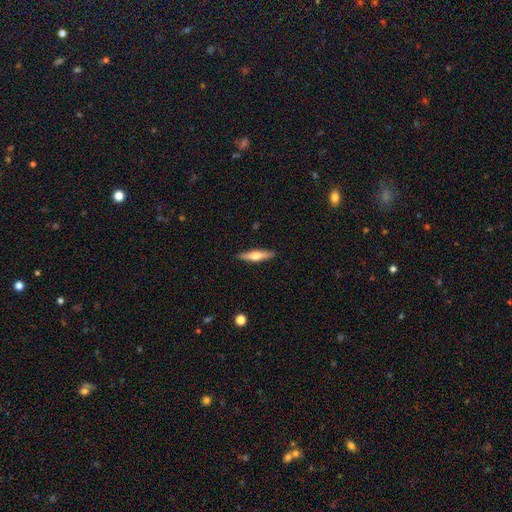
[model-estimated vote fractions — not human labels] Smooth or featured? featured or disk (55%)
Edge-on disk? yes (95%)
Edge-on bulge? rounded (92%)
Merging? none (90%)